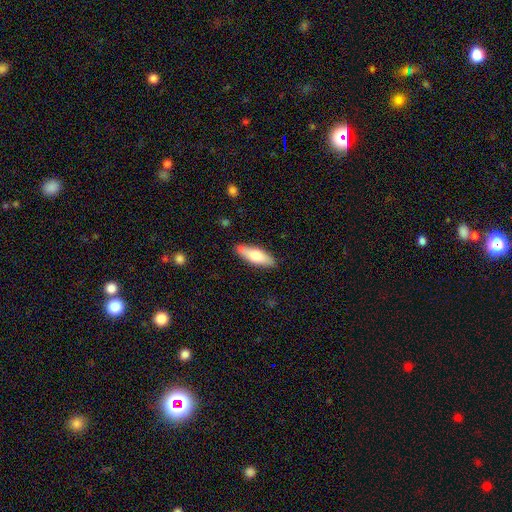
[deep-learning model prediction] The model was most divided on "how rounded" (2-way tie): in between: 49%, cigar-shaped: 49%, round: 2%. More confident: merging — none (87%); smooth or featured — smooth (65%).